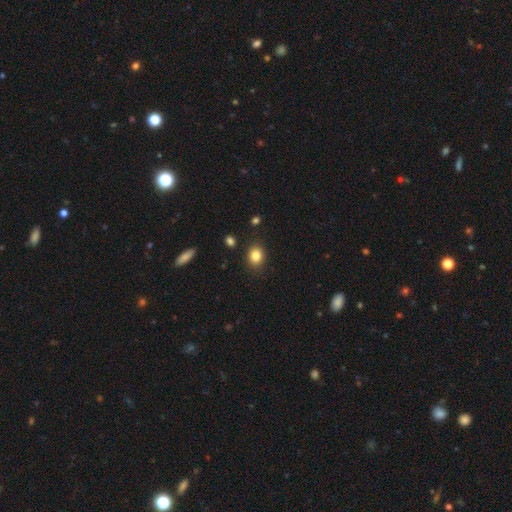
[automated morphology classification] This is clearly a smooth galaxy (84%). How rounded: possibly round (55%). Merging: clearly none (87%).